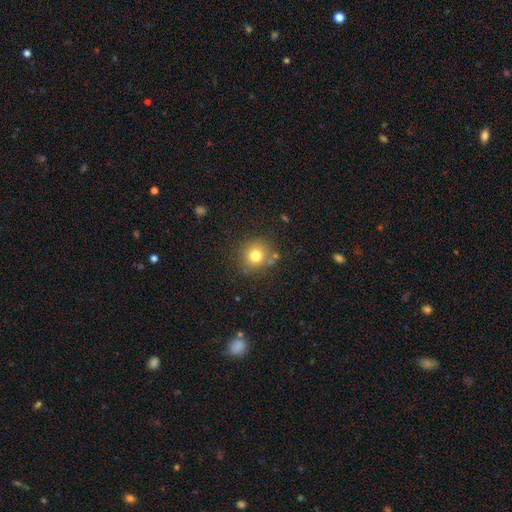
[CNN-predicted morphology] smooth-or-featured: smooth: 76% | star or artifact: 14% | featured or disk: 11%
  how-rounded: round: 92% | in between: 7% | cigar-shaped: 1%
  merging: none: 79% | minor disturbance: 10% | merger: 7% | major disturbance: 4%